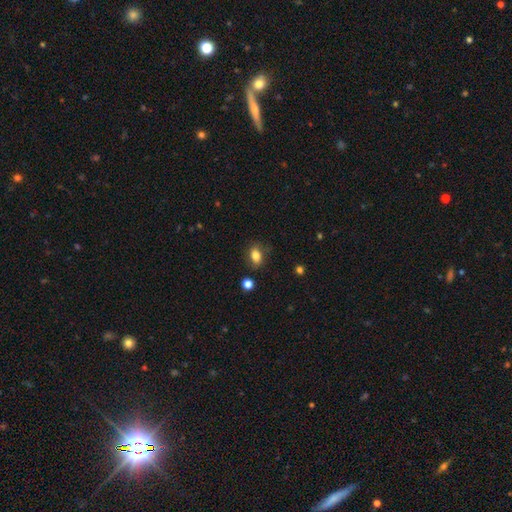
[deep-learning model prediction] A smooth galaxy with no disk features (83%) that is in between round and cigar-shaped (79%). Merging: none (80%).